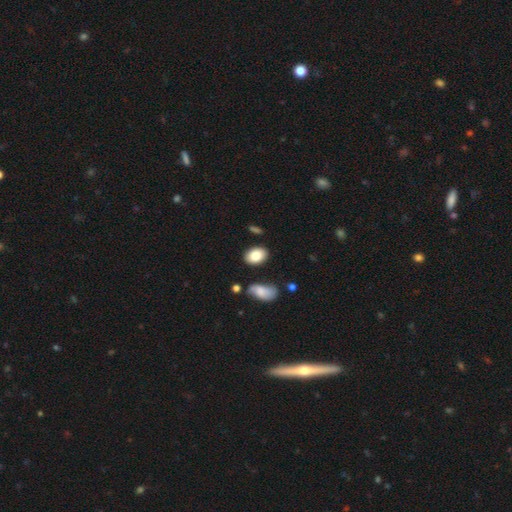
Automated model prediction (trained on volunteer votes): This appears to be a smooth galaxy with no disk features (85%) that is in between round and cigar-shaped (83%). Merging: none (80%).